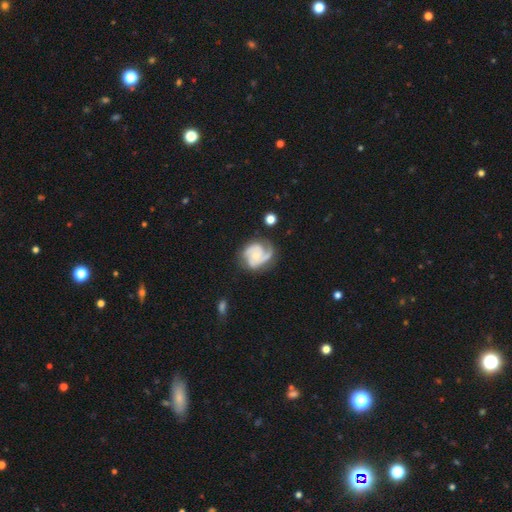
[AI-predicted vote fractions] This appears to be a featured or disk galaxy (83%) with no bar (71%), 2 (49%) tight (45%) spiral arms (96%) and a small central bulge (57%). Merging: none (61%).